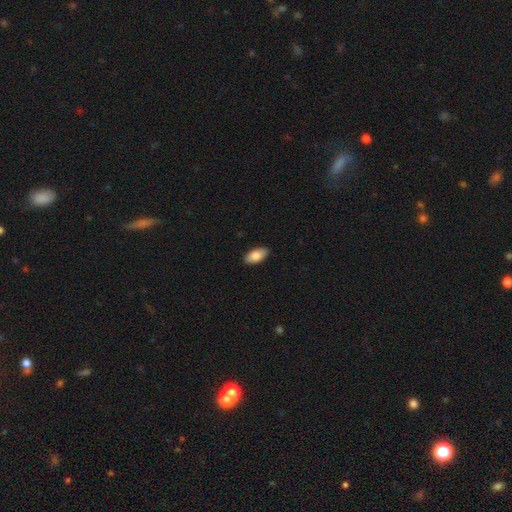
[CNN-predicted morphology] The model was most divided on "smooth or featured": smooth: 84%, featured or disk: 10%, star or artifact: 6%. More confident: how rounded — in between (94%); merging — none (89%).